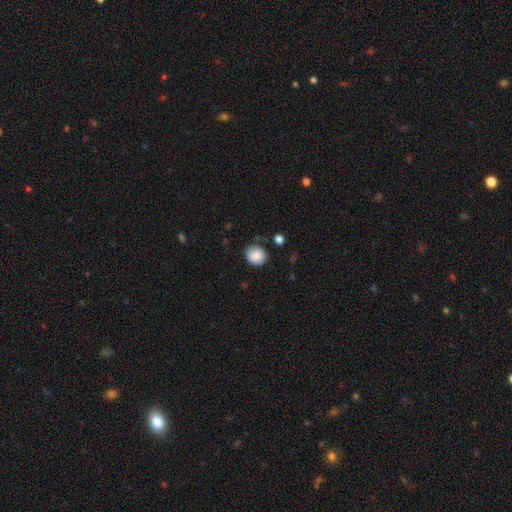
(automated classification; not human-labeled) This appears to be a smooth galaxy with no disk features (88%) that is round (77%). Merging: none (81%).